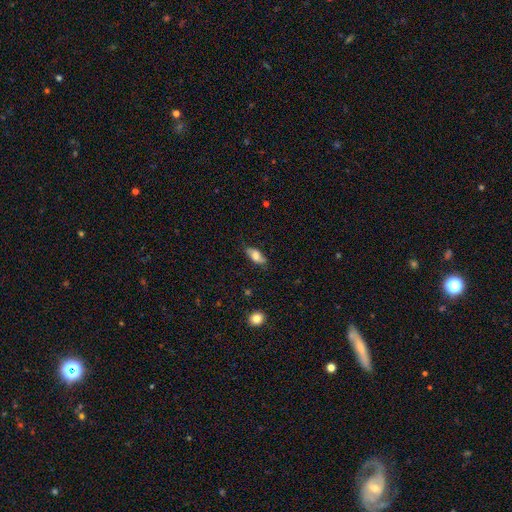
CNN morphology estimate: Q: Smooth or featured?
A: smooth (68%); runner-up: featured or disk (24%)
Q: How rounded?
A: in between (80%); runner-up: cigar-shaped (16%)
Q: Merging?
A: none (75%); runner-up: minor disturbance (19%)